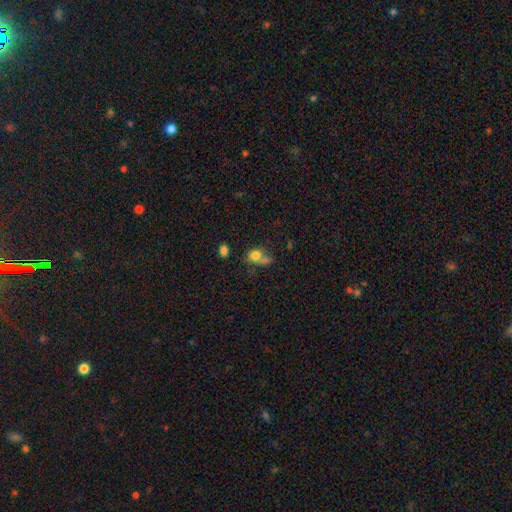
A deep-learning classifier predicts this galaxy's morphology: The model was most divided on "merging": merger: 35%, none: 34%, minor disturbance: 17%, major disturbance: 15%. Remaining: smooth or featured — smooth (76%); how rounded — round (50%).